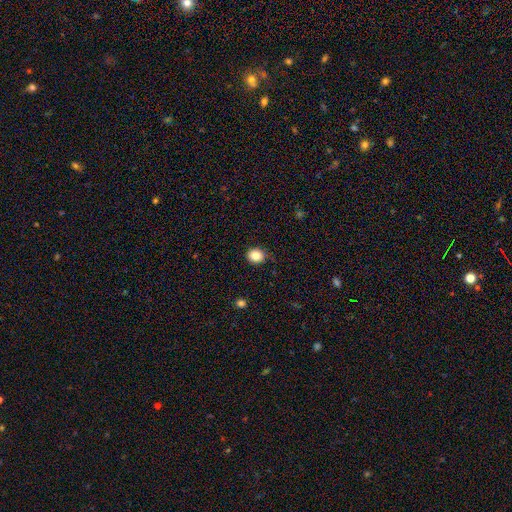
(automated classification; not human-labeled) smooth-or-featured: smooth: 84% | star or artifact: 10% | featured or disk: 5%
  how-rounded: round: 77% | in between: 22% | cigar-shaped: 1%
  merging: none: 86% | minor disturbance: 11% | major disturbance: 2% | merger: 1%